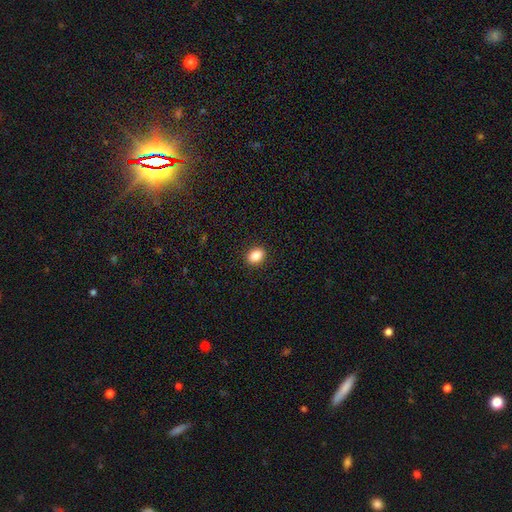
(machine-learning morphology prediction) smooth_or_featured: smooth (p=0.88) [alt: star or artifact p=0.09]
how_rounded: in between (p=0.72) [alt: round p=0.27]
merging: none (p=0.91) [alt: minor disturbance p=0.07]